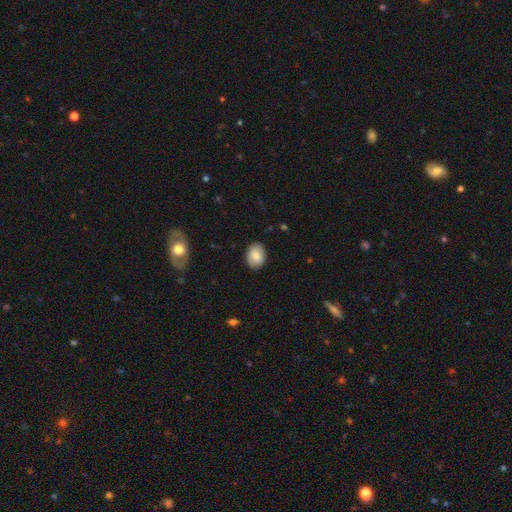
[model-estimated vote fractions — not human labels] Smooth or featured? smooth (81%)
How rounded? in between (78%)
Merging? none (86%)